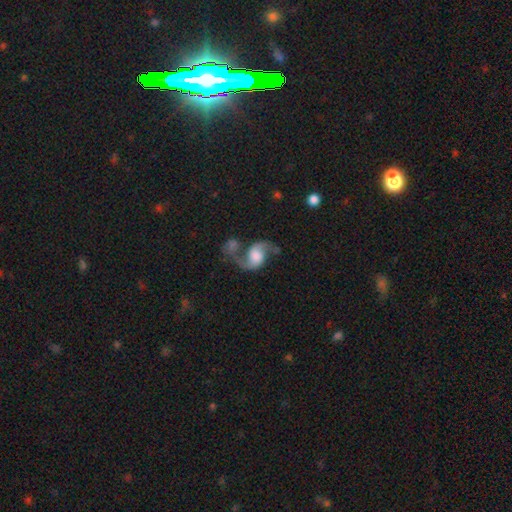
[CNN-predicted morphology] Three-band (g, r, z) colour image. It shows a featured or disk galaxy (86%) with no bar (61%), 2 (93%) loose (72%) spiral arms (96%) and a large central bulge (41%). Merging: none (52%).